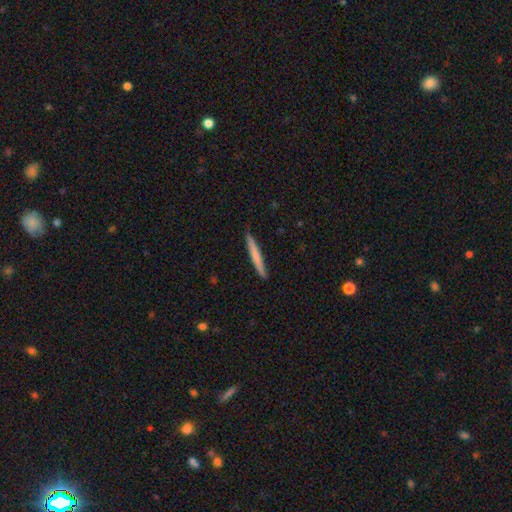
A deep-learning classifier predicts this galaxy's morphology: smooth_or_featured: smooth (p=0.66) [alt: featured or disk p=0.29]
how_rounded: cigar-shaped (p=0.97) [alt: in between p=0.02]
merging: none (p=0.91) [alt: minor disturbance p=0.06]